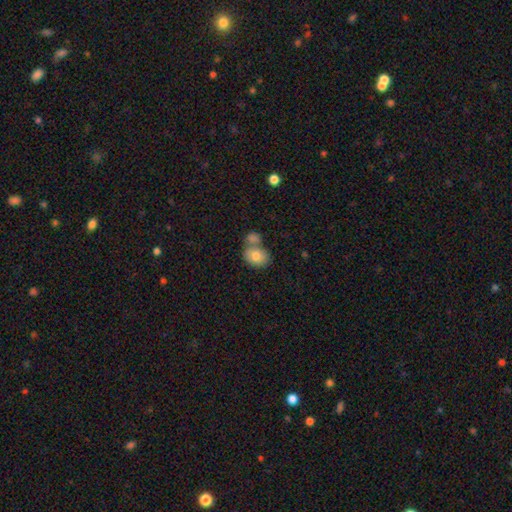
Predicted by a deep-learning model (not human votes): Smooth or featured?
  - smooth: 79% *
  - featured or disk: 14%
  - star or artifact: 8%
How rounded?
  - in between: 57% *
  - round: 42%
  - cigar-shaped: 1%
Merging?
  - merger: 47% *
  - none: 39%
  - minor disturbance: 11%
  - major disturbance: 4%